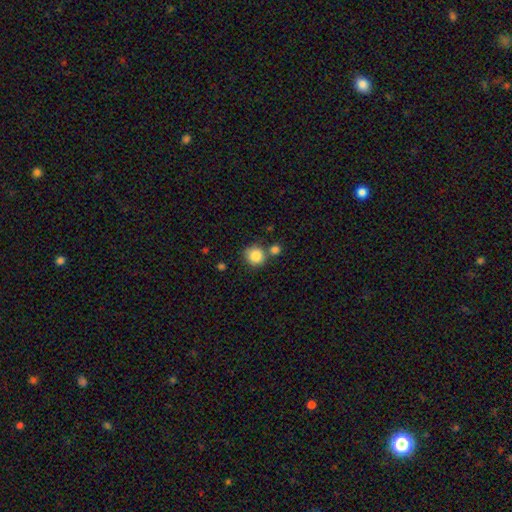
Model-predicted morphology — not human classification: This appears to be a smooth galaxy with no disk features (86%) that is round (90%). Merging: none (68%).